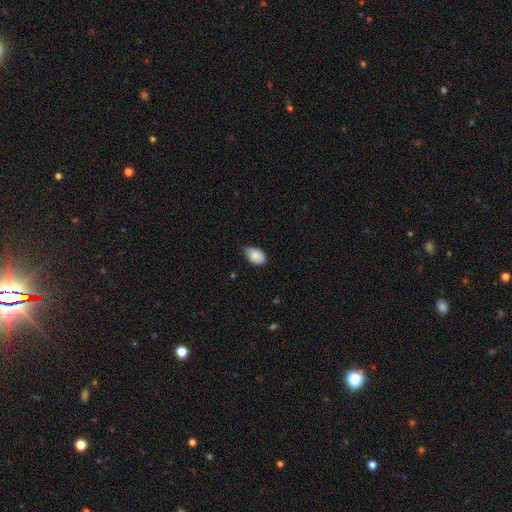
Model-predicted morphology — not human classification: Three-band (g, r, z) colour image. It shows a smooth galaxy with no disk features (85%) that is in between round and cigar-shaped (87%). Merging: none (57%).